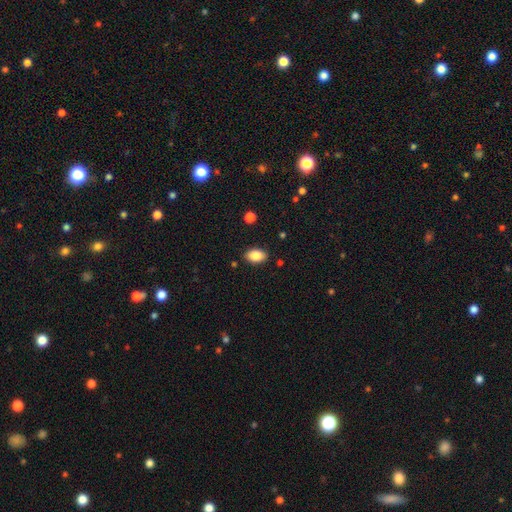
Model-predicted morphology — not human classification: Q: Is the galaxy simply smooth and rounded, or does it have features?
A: smooth — 86%.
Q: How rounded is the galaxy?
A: in between — 90%.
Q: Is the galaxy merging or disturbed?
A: none — 87%.